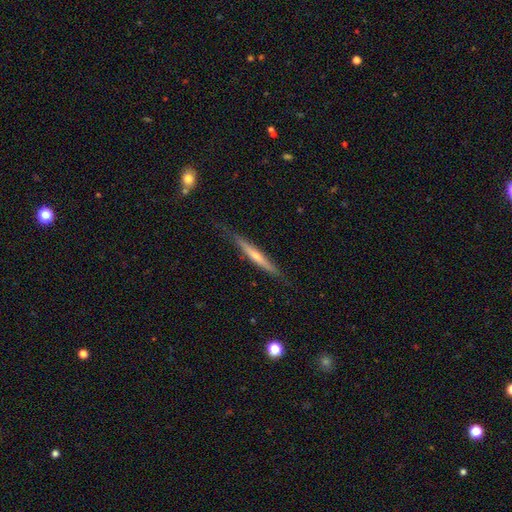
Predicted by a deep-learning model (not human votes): smooth_or_featured: featured or disk (p=0.66) [alt: smooth p=0.26]
disk_edge_on: yes (p=0.96) [alt: no p=0.04]
edge_on_bulge: rounded (p=0.63) [alt: none p=0.30]
merging: none (p=0.82) [alt: minor disturbance p=0.14]